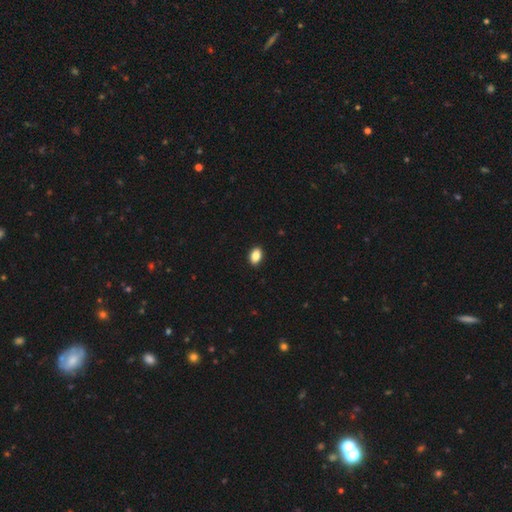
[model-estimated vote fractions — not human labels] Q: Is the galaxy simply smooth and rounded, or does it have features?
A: smooth — 88%.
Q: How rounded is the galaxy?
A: in between — 86%.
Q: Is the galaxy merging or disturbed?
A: none — 91%.